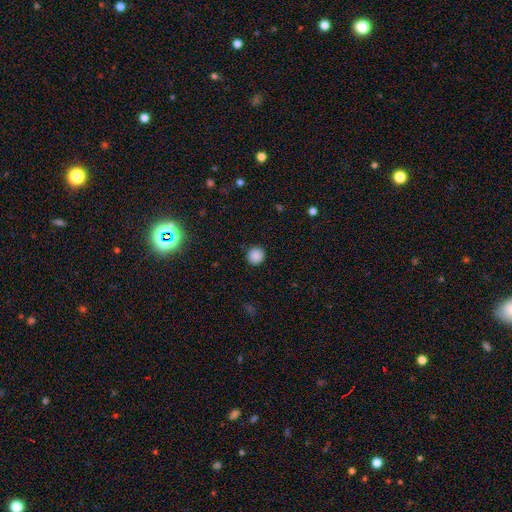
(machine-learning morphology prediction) A smooth galaxy with no disk features (87%) that is round (93%). Merging: none (90%).